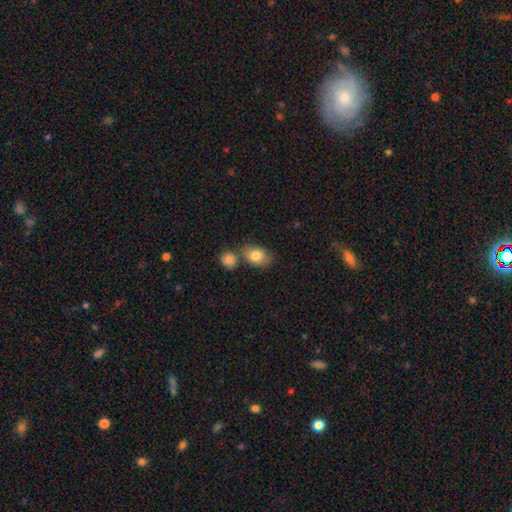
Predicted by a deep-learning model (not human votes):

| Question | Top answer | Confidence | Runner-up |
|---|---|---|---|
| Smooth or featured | smooth | 83% | featured or disk (9%) |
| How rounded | in between | 72% | round (26%) |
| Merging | none | 56% | merger (26%) |